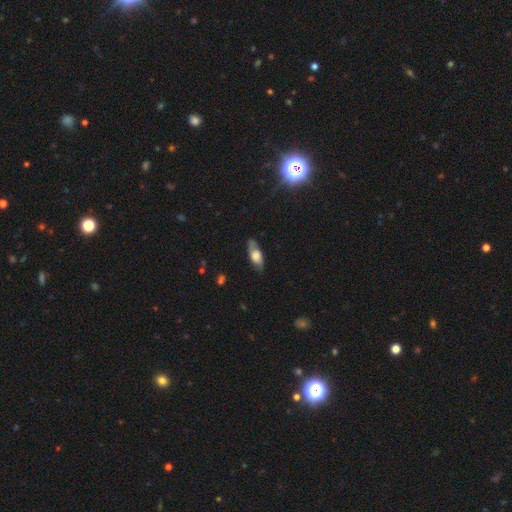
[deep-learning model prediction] Smooth or featured? Predicted: smooth (p=0.52). How rounded? Predicted: in between (p=0.71). Merging? Predicted: none (p=0.75).